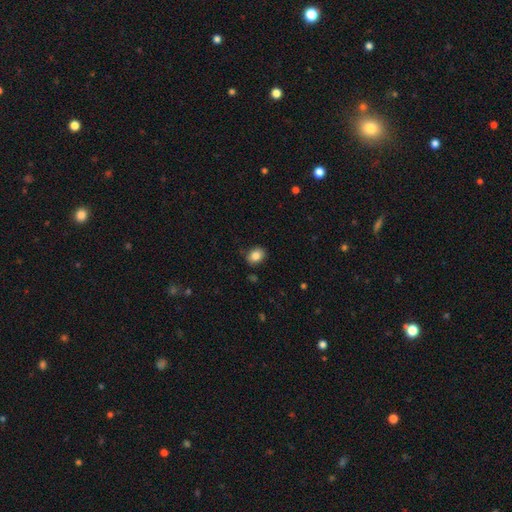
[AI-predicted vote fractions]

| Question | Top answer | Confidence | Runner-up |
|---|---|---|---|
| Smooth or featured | smooth | 85% | star or artifact (9%) |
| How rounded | in between | 63% | round (36%) |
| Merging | none | 83% | minor disturbance (13%) |